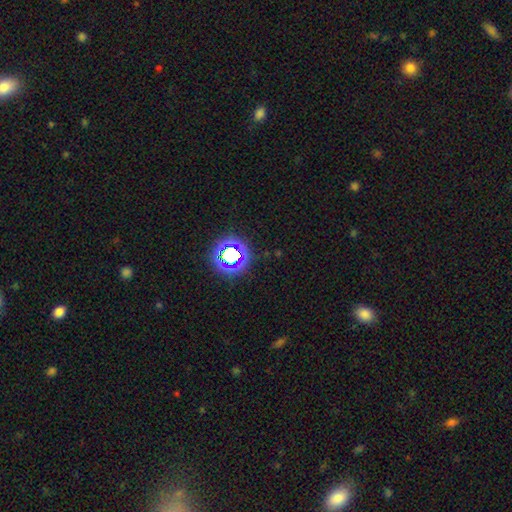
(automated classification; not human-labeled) The model was most divided on "smooth or featured": star or artifact: 75%, smooth: 17%, featured or disk: 8%.